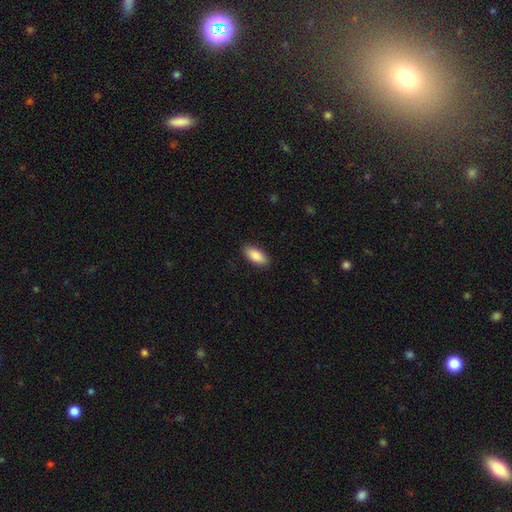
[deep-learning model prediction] This is clearly a smooth galaxy (88%). How rounded: clearly in between (87%). Merging: clearly none (89%).